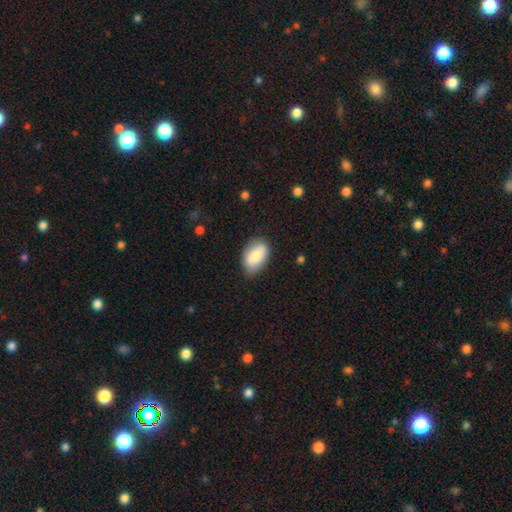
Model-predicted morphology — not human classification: This is likely a smooth galaxy (77%). How rounded: clearly in between (91%). Merging: clearly none (80%).